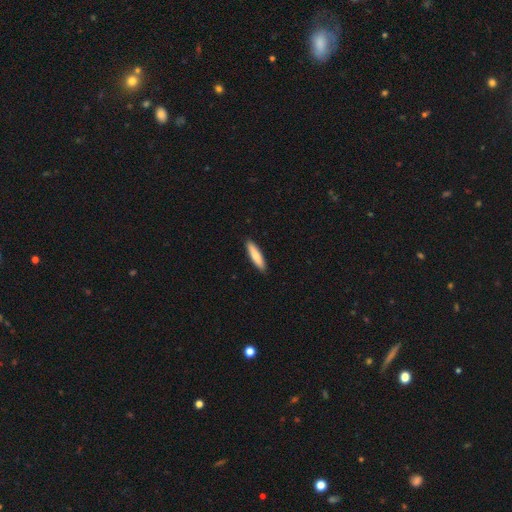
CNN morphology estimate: Overall: smooth (77%). How rounded: cigar-shaped (79%). Merging: none (91%).